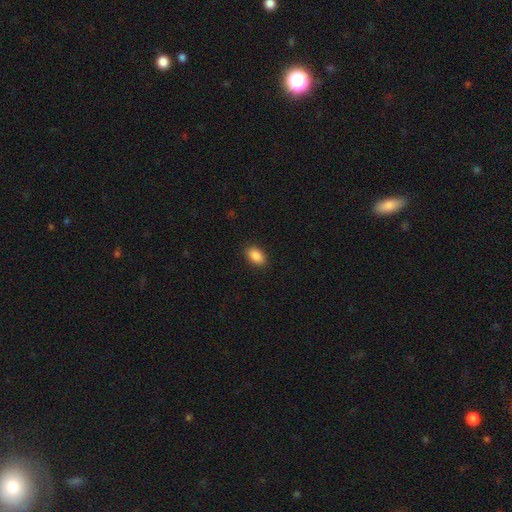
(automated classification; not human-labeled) This appears to be a smooth galaxy with no disk features (89%) that is in between round and cigar-shaped (89%). Merging: none (89%).